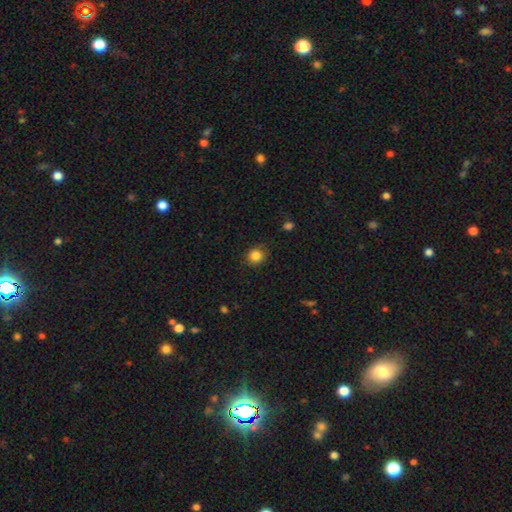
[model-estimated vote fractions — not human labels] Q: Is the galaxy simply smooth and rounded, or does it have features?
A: smooth — 84%.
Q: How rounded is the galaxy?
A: round — 88%.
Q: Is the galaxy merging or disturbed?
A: none — 87%.